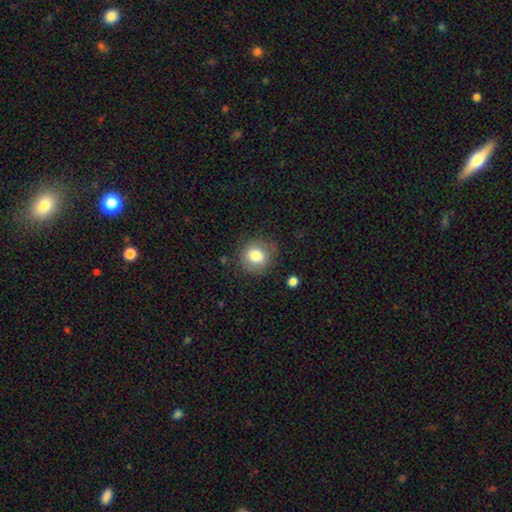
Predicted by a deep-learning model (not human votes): smooth-or-featured: smooth: 80% | featured or disk: 11% | star or artifact: 9%
  how-rounded: round: 84% | in between: 15% | cigar-shaped: 1%
  merging: none: 76% | minor disturbance: 16% | major disturbance: 6% | merger: 2%